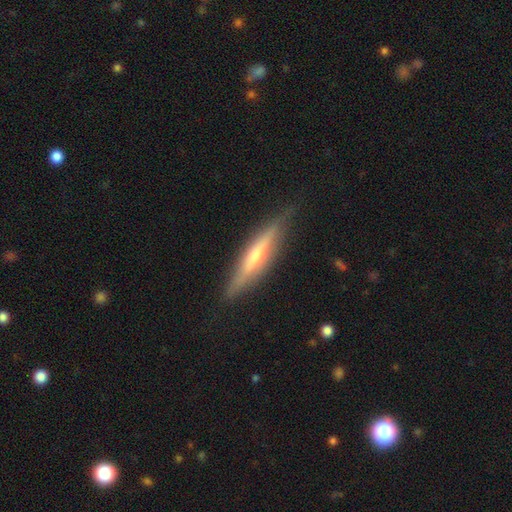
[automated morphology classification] smooth_or_featured: featured or disk (p=0.64) [alt: smooth p=0.30]
disk_edge_on: yes (p=0.93) [alt: no p=0.07]
edge_on_bulge: rounded (p=0.70) [alt: none p=0.21]
merging: none (p=0.85) [alt: minor disturbance p=0.11]